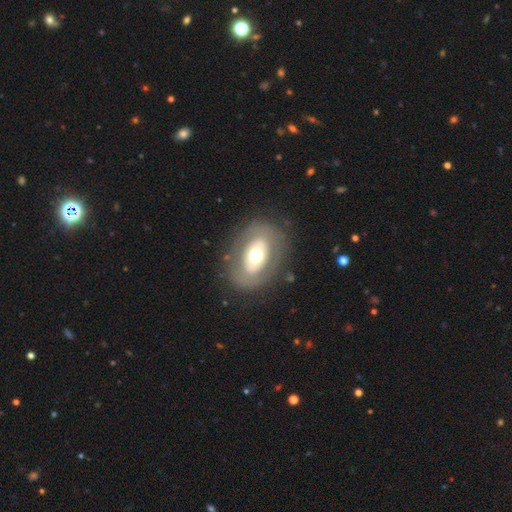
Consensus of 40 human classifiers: featured or disk 50%, smooth 38%, star or artifact 12%. Down the decision tree: edge-on disk — no (80%); bar — no (88%); spiral arms — no (100%); bulge size — moderate (81%); merging — none (83%).